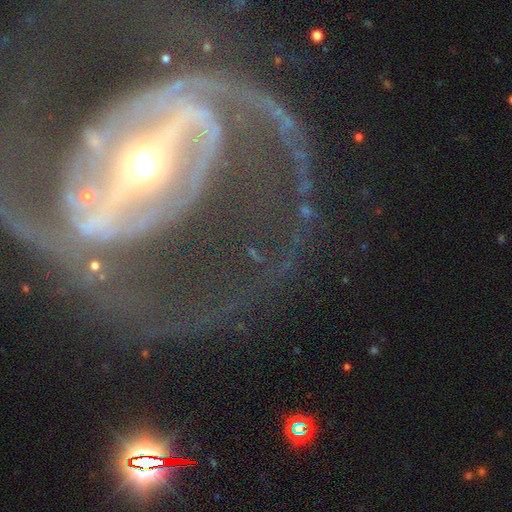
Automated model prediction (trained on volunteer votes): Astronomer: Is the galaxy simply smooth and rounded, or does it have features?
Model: featured or disk — 84%.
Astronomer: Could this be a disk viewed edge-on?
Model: no — 92%.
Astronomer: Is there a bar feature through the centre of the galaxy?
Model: strong — 65%.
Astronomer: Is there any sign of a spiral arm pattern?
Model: yes — 86%.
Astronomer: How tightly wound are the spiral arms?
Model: medium — 44% (runner-up: tight, 29%).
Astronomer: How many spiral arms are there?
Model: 2 — 71%.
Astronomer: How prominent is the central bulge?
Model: moderate — 53% (runner-up: small, 35%).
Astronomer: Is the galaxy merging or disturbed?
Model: none — 53%.